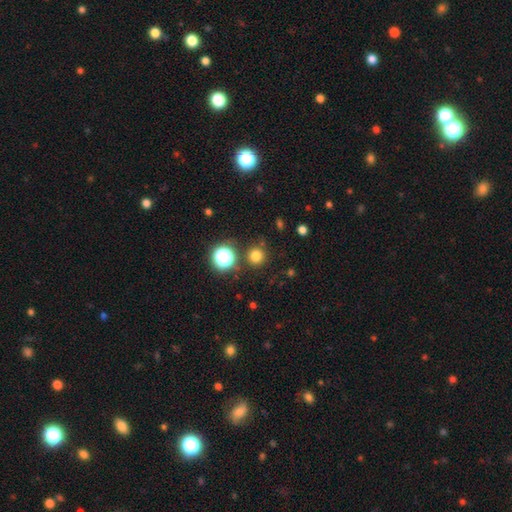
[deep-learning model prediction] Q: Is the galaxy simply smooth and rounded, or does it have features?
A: smooth — 75%.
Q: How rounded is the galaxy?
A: round — 95%.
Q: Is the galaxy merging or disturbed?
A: none — 86%.